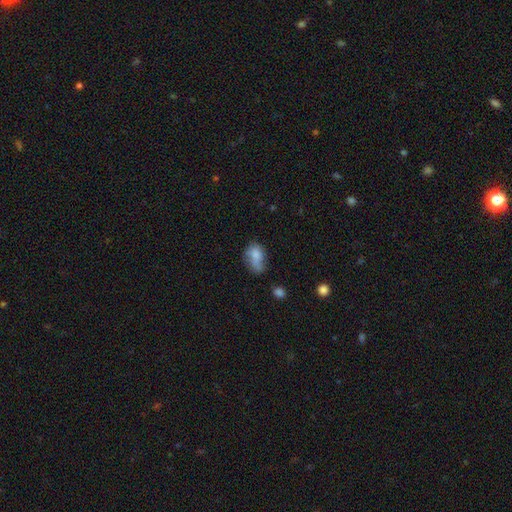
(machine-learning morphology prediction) This is likely a smooth galaxy (72%). How rounded: clearly in between (80%). Merging: marginally minor disturbance (32%).